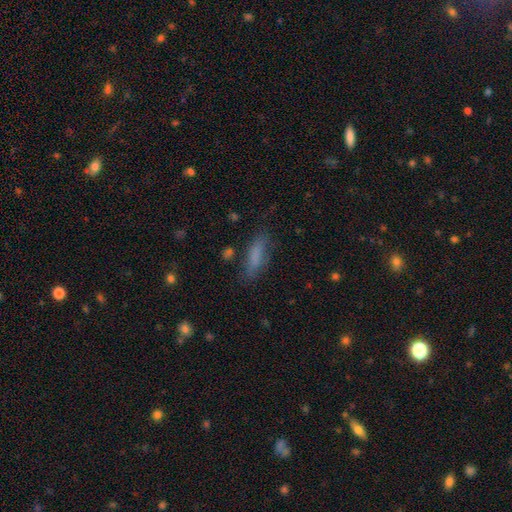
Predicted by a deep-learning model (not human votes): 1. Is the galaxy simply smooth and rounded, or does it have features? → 77% smooth, 13% featured or disk, 10% star or artifact.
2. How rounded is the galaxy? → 53% cigar-shaped, 44% in between, 2% round.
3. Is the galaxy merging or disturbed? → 73% none, 18% minor disturbance, 6% major disturbance, 3% merger.